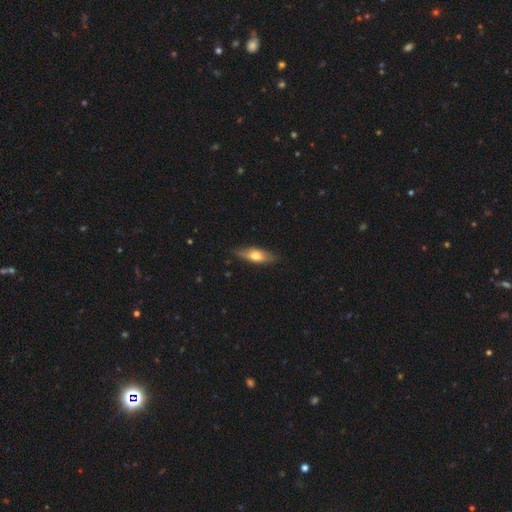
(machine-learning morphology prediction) Q: Smooth or featured?
A: smooth (53%); runner-up: featured or disk (41%)
Q: How rounded?
A: in between (53%); runner-up: cigar-shaped (44%)
Q: Merging?
A: none (80%); runner-up: minor disturbance (16%)